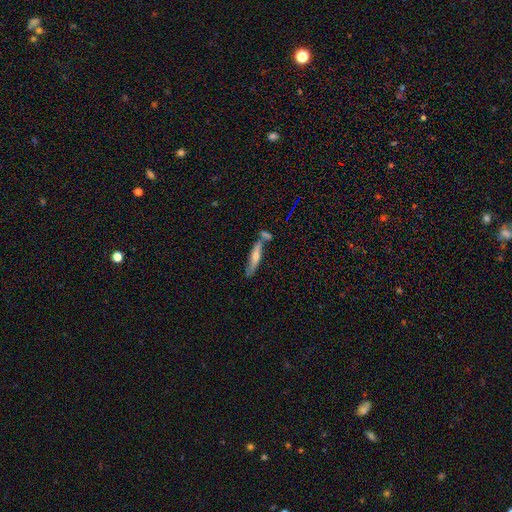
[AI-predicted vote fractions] Morphology: type=featured or disk (51%); edge-on=yes (82%); merging=none (63%).